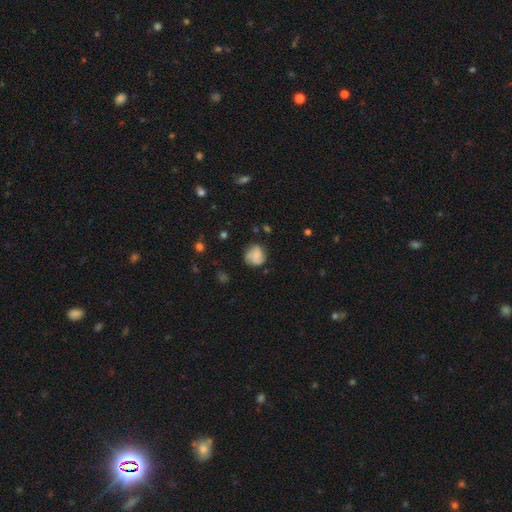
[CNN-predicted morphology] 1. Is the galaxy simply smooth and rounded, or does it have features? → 61% smooth, 30% featured or disk, 9% star or artifact.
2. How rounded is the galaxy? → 76% round, 23% in between, 1% cigar-shaped.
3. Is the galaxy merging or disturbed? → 62% none, 26% minor disturbance, 9% major disturbance, 3% merger.